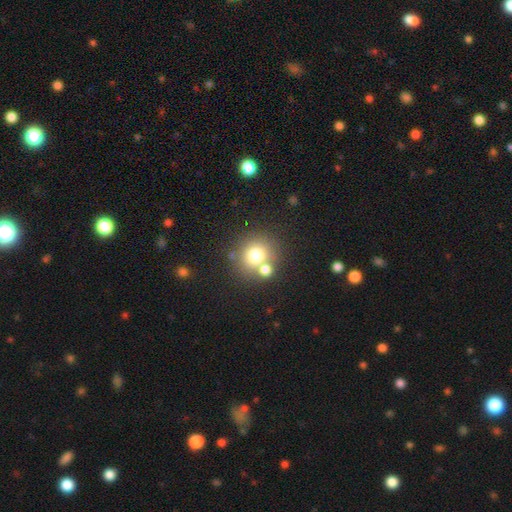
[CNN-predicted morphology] The model was most divided on "merging": none: 62%, merger: 26%, minor disturbance: 8%, major disturbance: 4%. More confident: how rounded — round (89%); smooth or featured — smooth (72%).